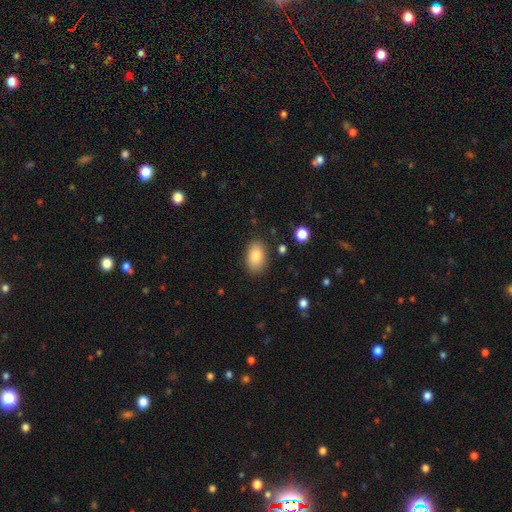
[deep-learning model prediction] Smooth or featured? smooth (85%)
How rounded? in between (89%)
Merging? none (85%)